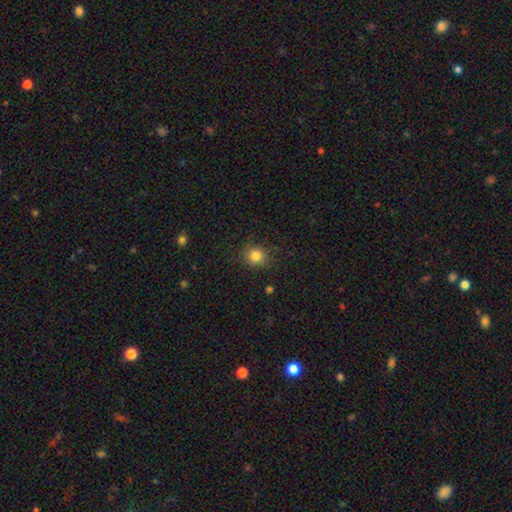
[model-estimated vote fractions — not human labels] This appears to be a smooth galaxy with no disk features (83%) that is round (84%). Merging: none (85%).